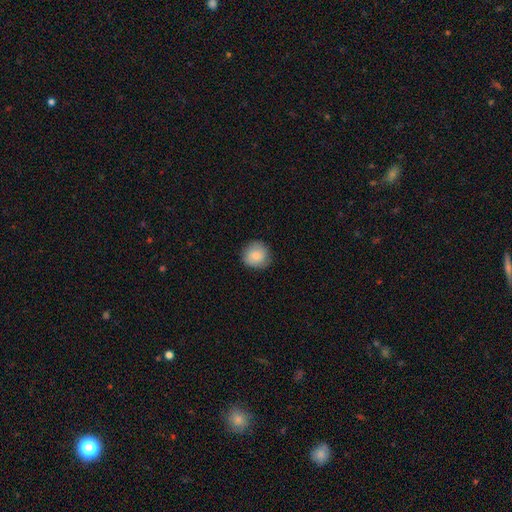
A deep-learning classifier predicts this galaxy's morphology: A smooth galaxy with no disk features (80%) that is round (91%).

Vote fractions:
- Smooth or featured? smooth: 80% / featured or disk: 13% / star or artifact: 7%
- How rounded? round: 91% / in between: 8% / cigar-shaped: 1%
- Merging? none: 83% / minor disturbance: 13% / major disturbance: 3% / merger: 1%